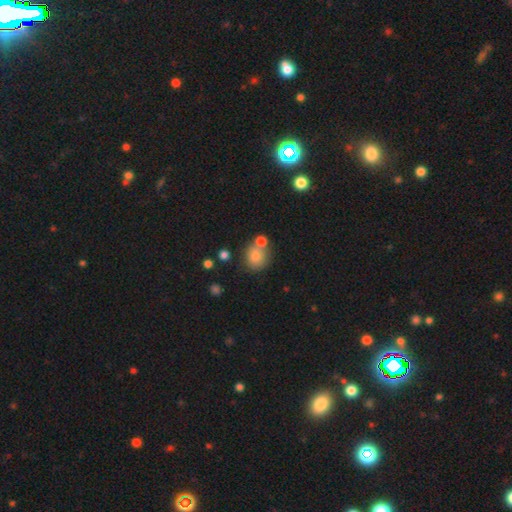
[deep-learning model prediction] A smooth galaxy with no disk features (80%) that is round (76%).

Vote fractions:
- Smooth or featured? smooth: 80% / star or artifact: 11% / featured or disk: 9%
- How rounded? round: 76% / in between: 23% / cigar-shaped: 1%
- Merging? none: 59% / merger: 24% / minor disturbance: 12% / major disturbance: 4%